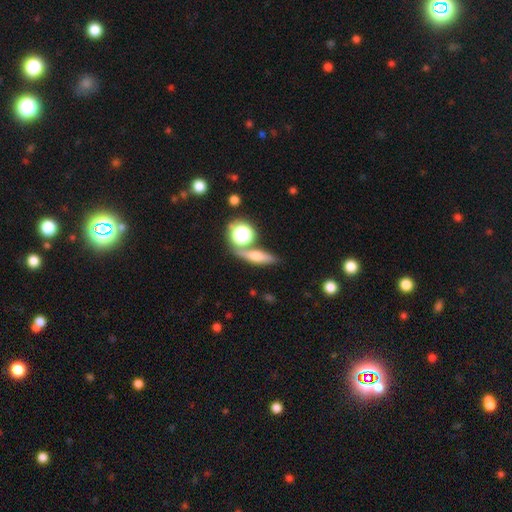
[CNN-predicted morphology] Smooth or featured: smooth — 54% (featured or disk — 32%)
How rounded: cigar-shaped — 47% (in between — 33%)
Merging: none — 68% (merger — 16%)